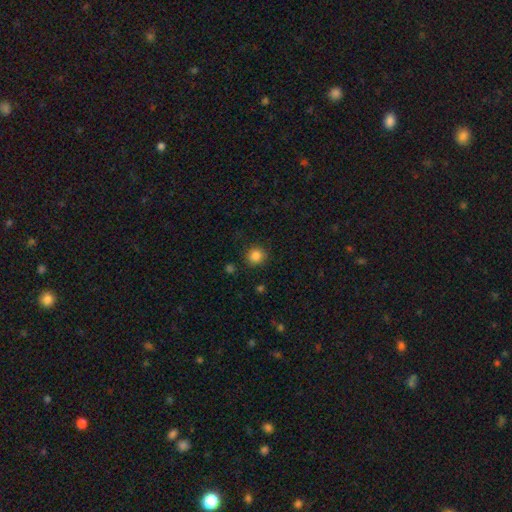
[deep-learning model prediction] This is clearly a smooth galaxy (85%). How rounded: clearly round (90%). Merging: clearly none (88%).